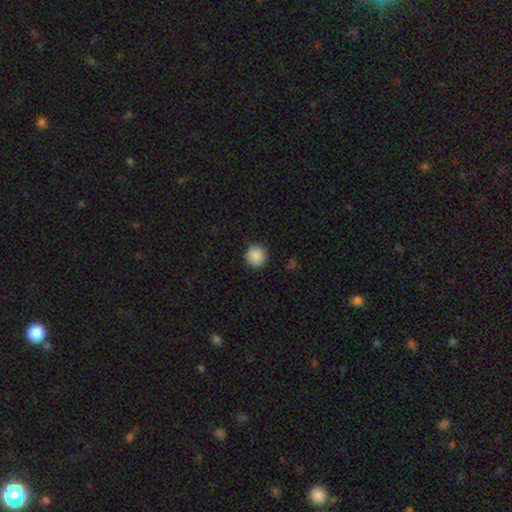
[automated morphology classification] Smooth or featured? smooth (89%)
How rounded? round (95%)
Merging? none (92%)